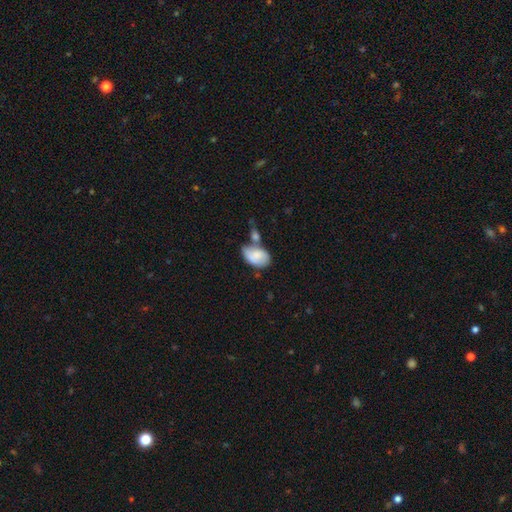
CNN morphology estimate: smooth 73%, featured or disk 21%, star or artifact 7%. Down the decision tree: how rounded — in between (88%); merging — merger (35%).